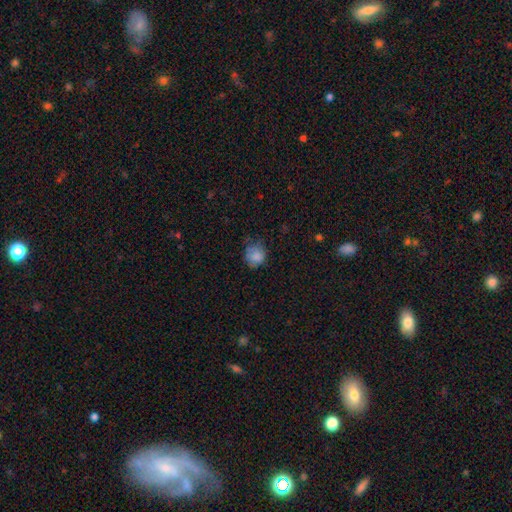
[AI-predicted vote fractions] Overall: smooth (82%). How rounded: round (83%). Merging: none (62%; minor disturbance 28%).